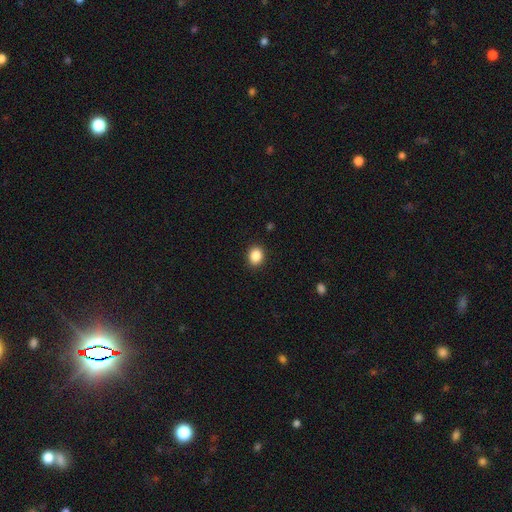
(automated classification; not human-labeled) Overall: smooth (87%). How rounded: round (61%; in between 39%). Merging: none (91%).